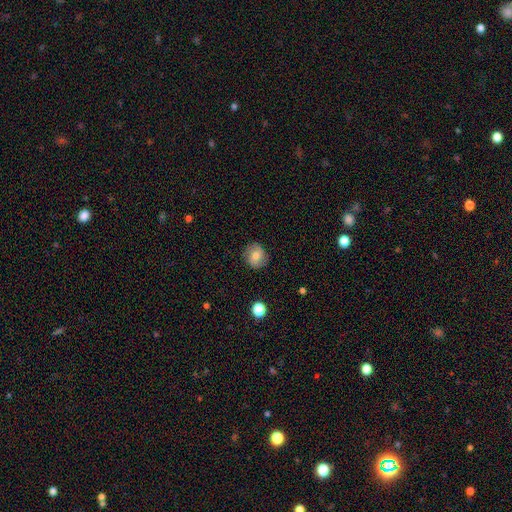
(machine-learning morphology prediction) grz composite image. It shows a smooth galaxy with no disk features (61%) that is round (83%). Merging: none (84%).